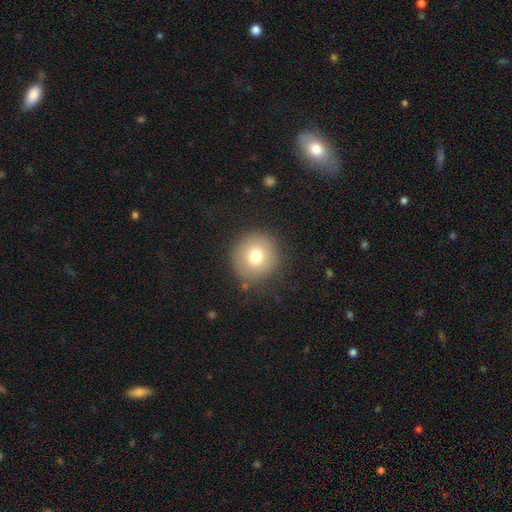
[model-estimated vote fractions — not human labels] A smooth galaxy with no disk features (57%) that is round (93%). Merging: none (86%).